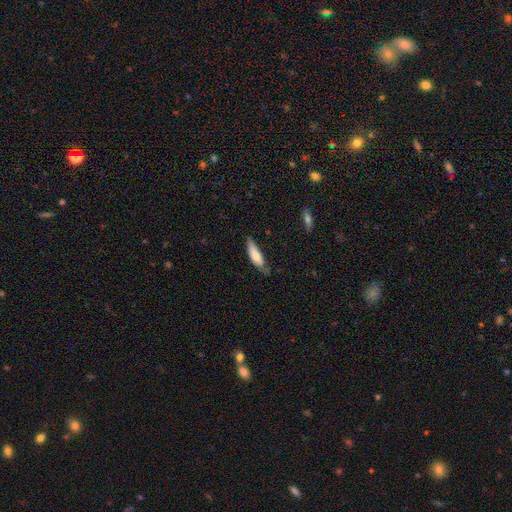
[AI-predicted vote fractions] smooth_or_featured: smooth (p=0.73) [alt: featured or disk p=0.21]
how_rounded: cigar-shaped (p=0.56) [alt: in between p=0.43]
merging: none (p=0.59) [alt: minor disturbance p=0.32]